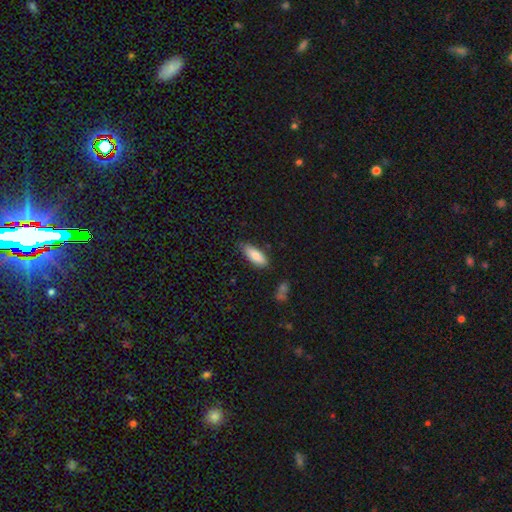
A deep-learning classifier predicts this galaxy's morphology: This appears to be a smooth galaxy with no disk features (82%) that is in between round and cigar-shaped (72%). Merging: none (78%).